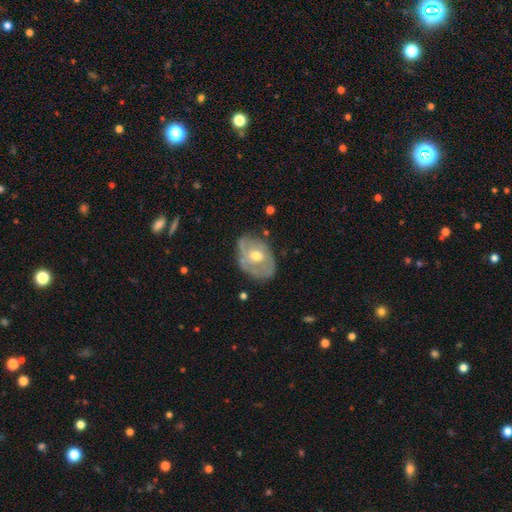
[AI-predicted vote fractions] featured or disk 65%, smooth 28%, star or artifact 6%. Down the decision tree: edge-on disk — no (95%); bar — no (70%); spiral arms — yes (54%); bulge size — moderate (74%); merging — none (57%).